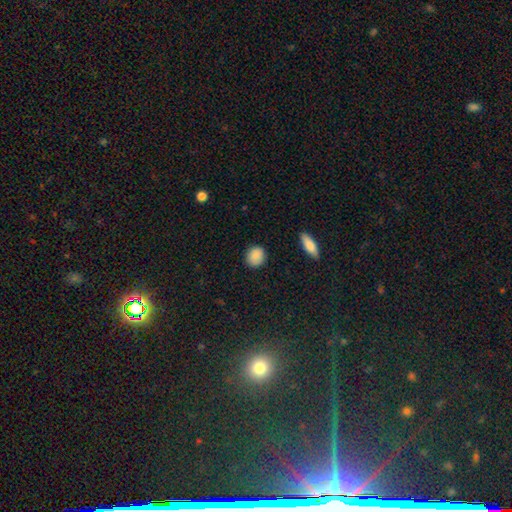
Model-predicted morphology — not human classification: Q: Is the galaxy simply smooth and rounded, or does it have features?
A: smooth — 88%.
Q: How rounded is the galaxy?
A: round — 76%.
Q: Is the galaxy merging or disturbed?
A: none — 89%.